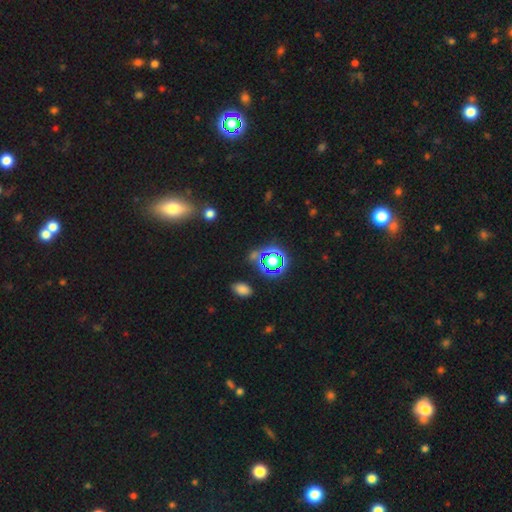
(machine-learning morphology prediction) Smooth or featured: star or artifact — 58% (smooth — 32%)